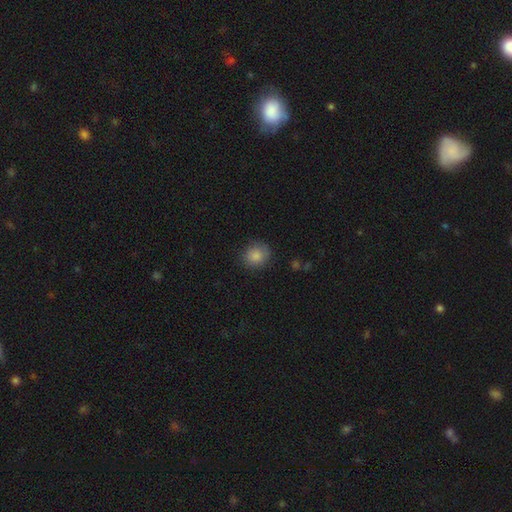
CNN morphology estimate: smooth 85%, star or artifact 9%, featured or disk 6%. Down the decision tree: how rounded — round (84%); merging — none (81%).